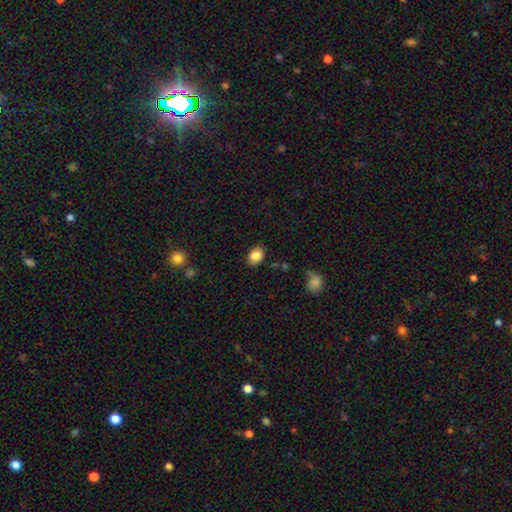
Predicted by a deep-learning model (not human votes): Morphology: type=smooth (85%); roundness=in between (73%); merging=none (84%).